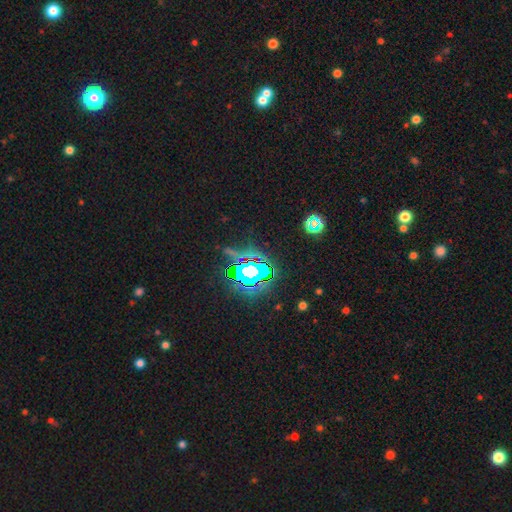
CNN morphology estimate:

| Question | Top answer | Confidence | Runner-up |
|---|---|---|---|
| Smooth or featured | star or artifact | 83% | smooth (10%) |